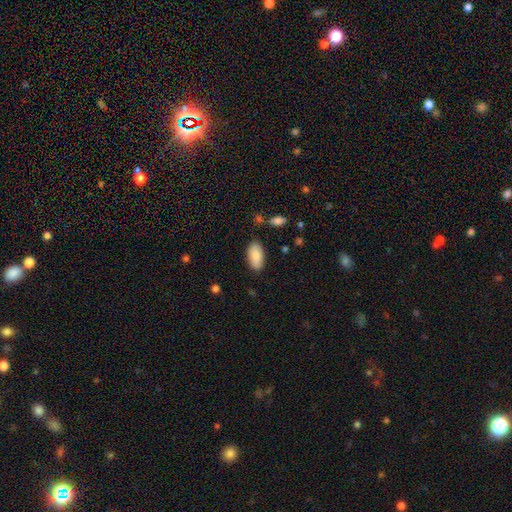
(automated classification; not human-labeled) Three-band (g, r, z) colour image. It shows a smooth galaxy with no disk features (88%) that is in between round and cigar-shaped (93%). Merging: none (84%).